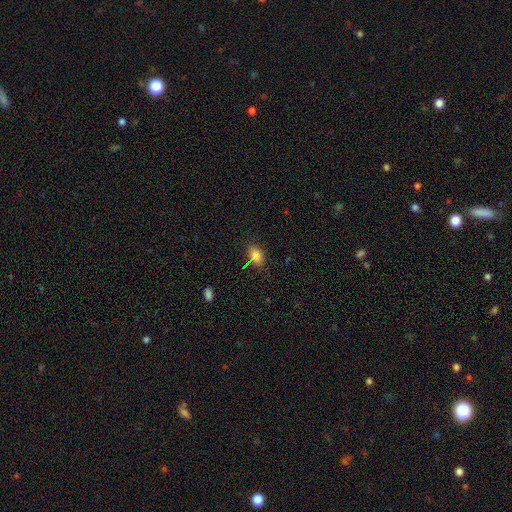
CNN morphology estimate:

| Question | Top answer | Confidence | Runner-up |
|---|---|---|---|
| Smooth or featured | smooth | 79% | star or artifact (12%) |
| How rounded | in between | 81% | round (16%) |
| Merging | none | 78% | minor disturbance (15%) |